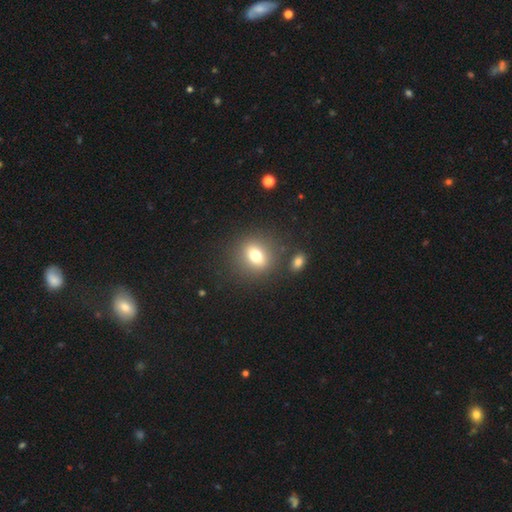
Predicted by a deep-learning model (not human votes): smooth_or_featured: smooth (p=0.73) [alt: featured or disk p=0.15]
how_rounded: round (p=0.56) [alt: in between p=0.42]
merging: none (p=0.82) [alt: minor disturbance p=0.09]